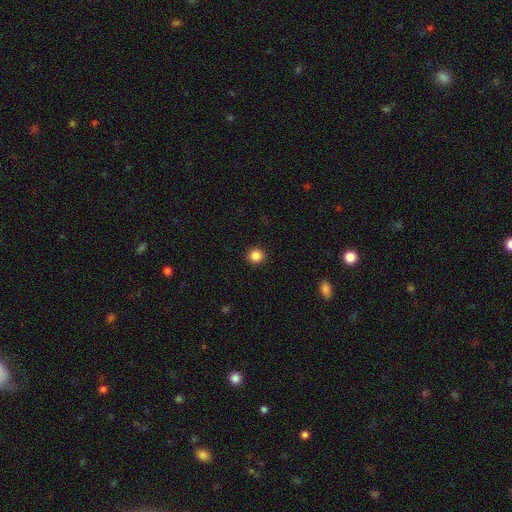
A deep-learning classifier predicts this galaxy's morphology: smooth-or-featured: smooth: 86% | star or artifact: 10% | featured or disk: 3%
  how-rounded: round: 92% | in between: 7% | cigar-shaped: 1%
  merging: none: 93% | minor disturbance: 4% | major disturbance: 2% | merger: 1%